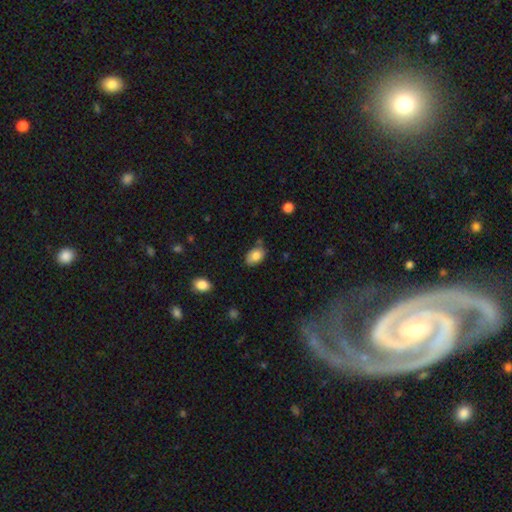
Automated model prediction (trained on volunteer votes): Smooth or featured: smooth — 83% (featured or disk — 9%)
How rounded: in between — 86% (round — 13%)
Merging: none — 69% (minor disturbance — 22%)